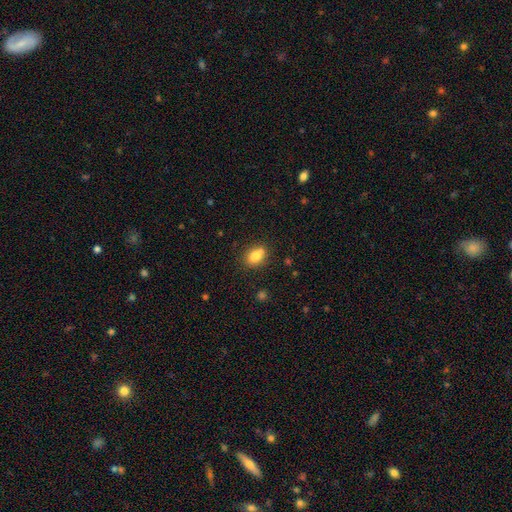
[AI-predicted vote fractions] Q: Smooth or featured?
A: smooth (80%); runner-up: featured or disk (11%)
Q: How rounded?
A: in between (70%); runner-up: round (29%)
Q: Merging?
A: none (66%); runner-up: minor disturbance (15%)